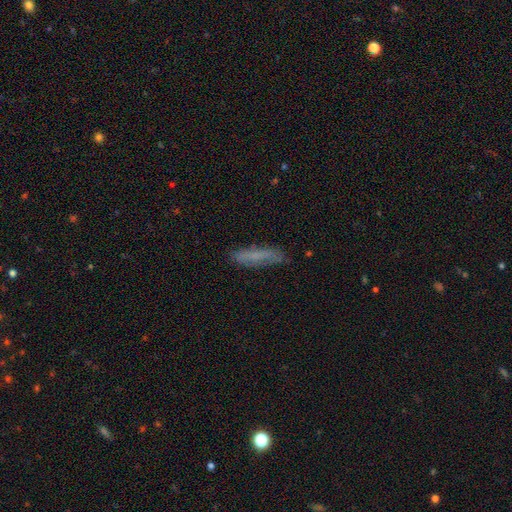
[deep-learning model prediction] Overall: smooth (63%; featured or disk 28%). How rounded: cigar-shaped (82%). Merging: none (78%).